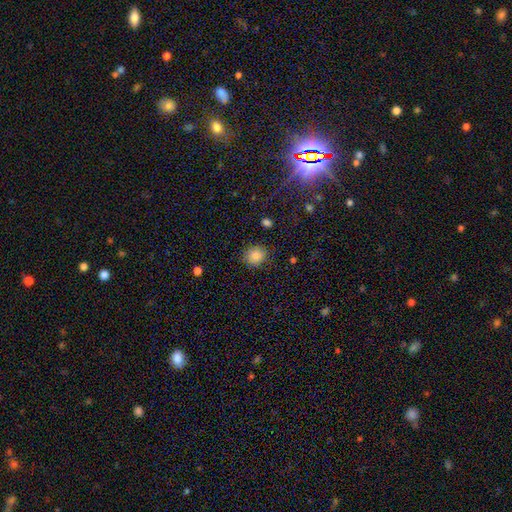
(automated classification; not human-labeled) Smooth or featured?
  - smooth: 84% *
  - star or artifact: 10%
  - featured or disk: 5%
How rounded?
  - round: 84% *
  - in between: 15%
  - cigar-shaped: 1%
Merging?
  - none: 87% *
  - minor disturbance: 9%
  - major disturbance: 3%
  - merger: 1%